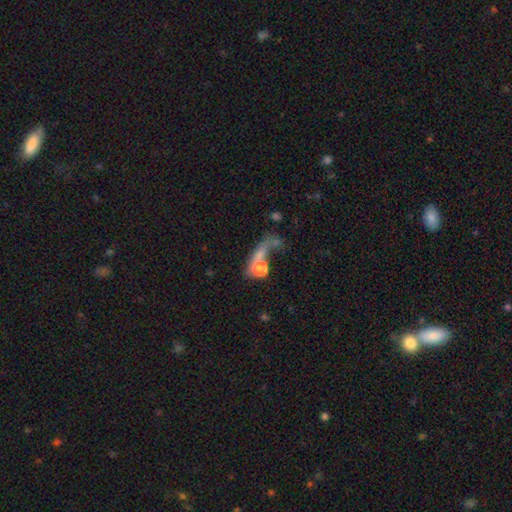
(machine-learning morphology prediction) Smooth or featured: smooth — 46% (featured or disk — 30%)
Merging: major disturbance — 33% (merger — 29%)